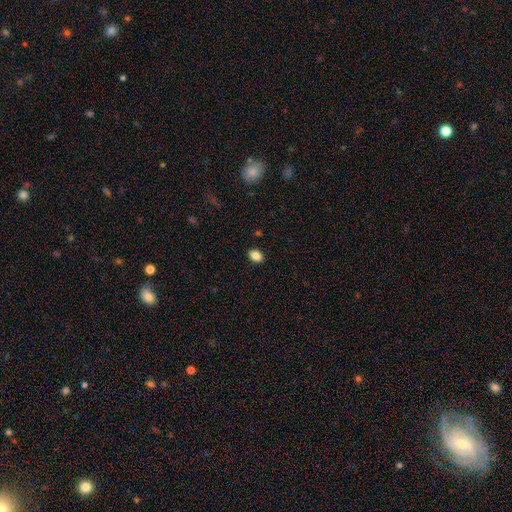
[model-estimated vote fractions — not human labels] Smooth or featured? Predicted: smooth (p=0.86). How rounded? Predicted: in between (p=0.73). Merging? Predicted: none (p=0.89).